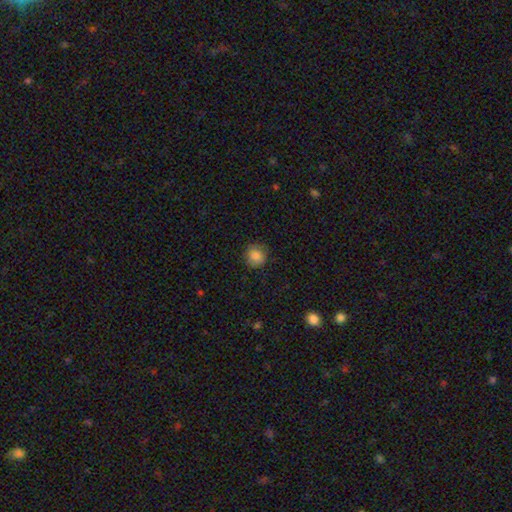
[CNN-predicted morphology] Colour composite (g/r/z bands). It shows a smooth galaxy with no disk features (85%) that is round (88%). Merging: none (82%).